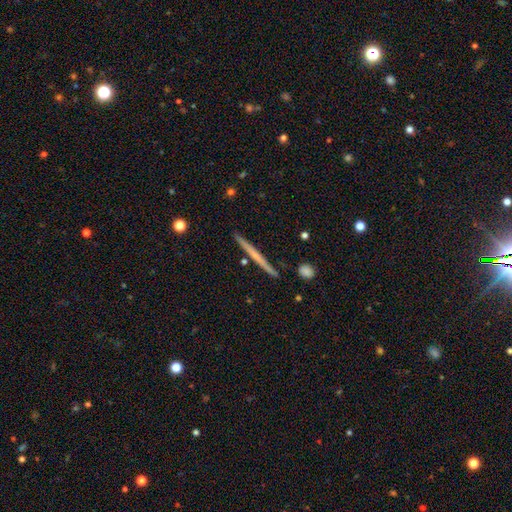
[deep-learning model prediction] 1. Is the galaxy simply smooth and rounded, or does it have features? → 51% featured or disk, 43% smooth, 6% star or artifact.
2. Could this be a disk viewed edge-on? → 98% yes, 2% no.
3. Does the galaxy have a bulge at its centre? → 87% none, 10% rounded, 4% boxy.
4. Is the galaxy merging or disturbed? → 91% none, 6% minor disturbance, 2% merger, 1% major disturbance.